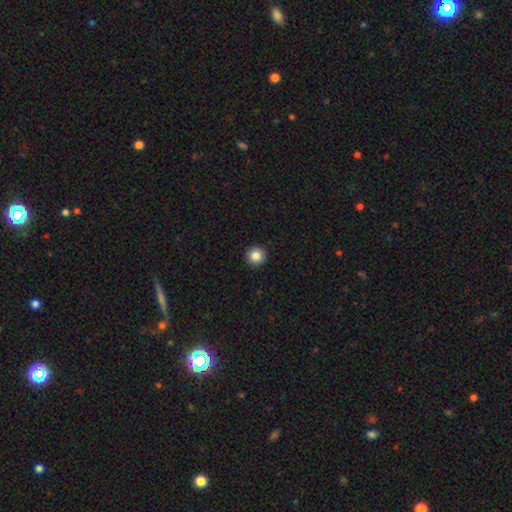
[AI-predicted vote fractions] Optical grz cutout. It shows a smooth galaxy with no disk features (85%) that is round (96%). Merging: none (94%).